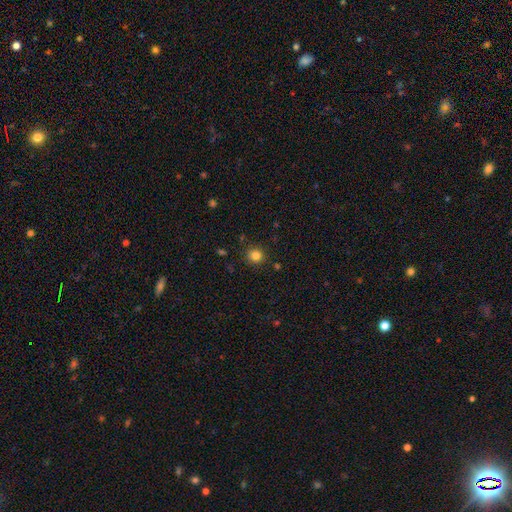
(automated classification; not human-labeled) A smooth galaxy with no disk features (82%) that is round (90%).

Vote fractions:
- Smooth or featured? smooth: 82% / star or artifact: 13% / featured or disk: 5%
- How rounded? round: 90% / in between: 9% / cigar-shaped: 1%
- Merging? none: 88% / minor disturbance: 7% / major disturbance: 2% / merger: 2%